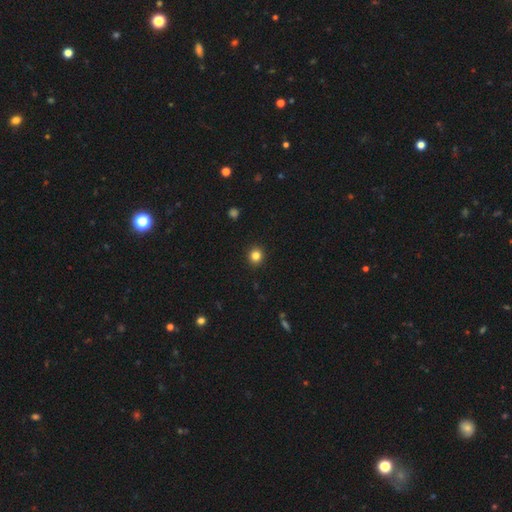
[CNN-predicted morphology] smooth 83%, star or artifact 12%, featured or disk 5%. Down the decision tree: how rounded — round (89%); merging — none (92%).